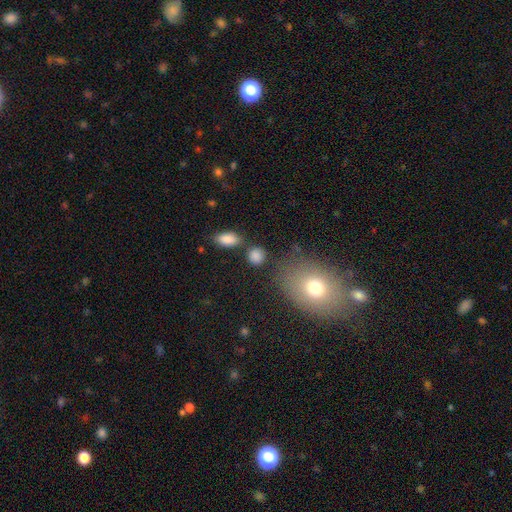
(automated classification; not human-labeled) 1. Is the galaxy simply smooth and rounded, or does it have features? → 85% smooth, 9% star or artifact, 5% featured or disk.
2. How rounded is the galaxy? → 76% round, 22% in between, 2% cigar-shaped.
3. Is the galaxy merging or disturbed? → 76% none, 11% minor disturbance, 10% merger, 4% major disturbance.